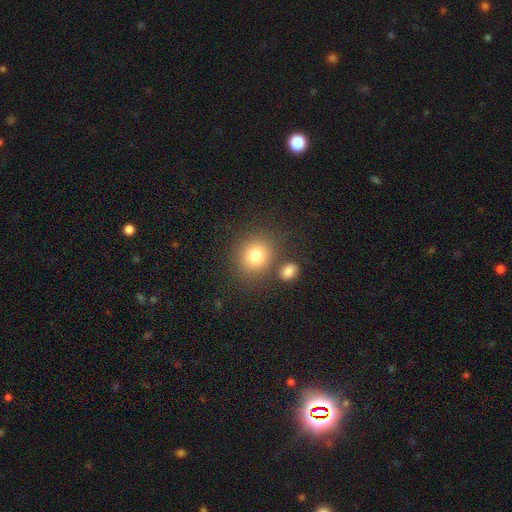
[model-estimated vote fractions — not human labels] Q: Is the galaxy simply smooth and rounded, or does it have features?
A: smooth — 79%.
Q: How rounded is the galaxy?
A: round — 77%.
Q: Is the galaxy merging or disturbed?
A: none — 74%.